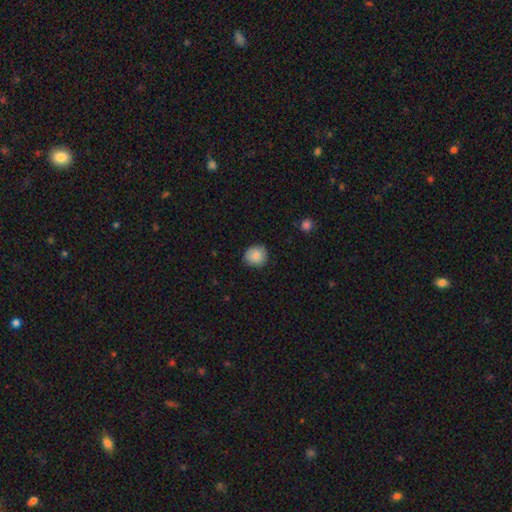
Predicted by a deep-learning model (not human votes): Smooth or featured? Predicted: smooth (p=0.84). How rounded? Predicted: round (p=0.87). Merging? Predicted: none (p=0.81).